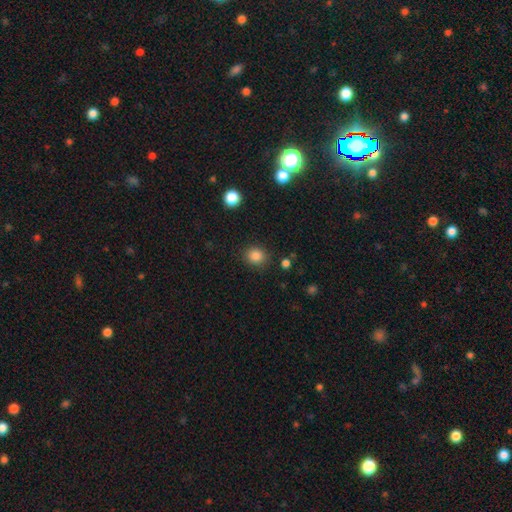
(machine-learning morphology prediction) Smooth or featured?
  - smooth: 85% *
  - star or artifact: 11%
  - featured or disk: 4%
How rounded?
  - round: 78% *
  - in between: 21%
  - cigar-shaped: 1%
Merging?
  - none: 86% *
  - minor disturbance: 9%
  - major disturbance: 3%
  - merger: 2%